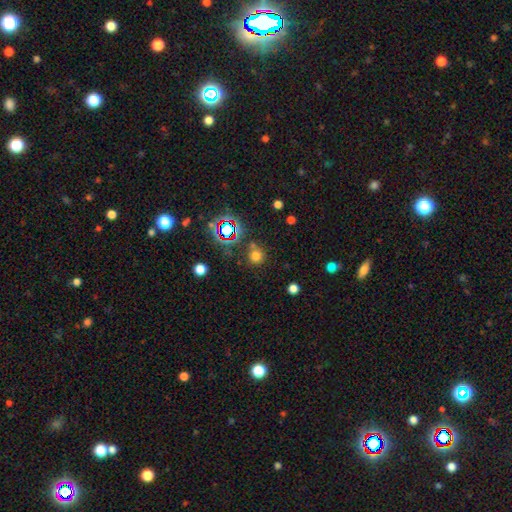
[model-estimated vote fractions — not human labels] Overall: smooth (65%; star or artifact 27%). How rounded: round (90%). Merging: none (72%).